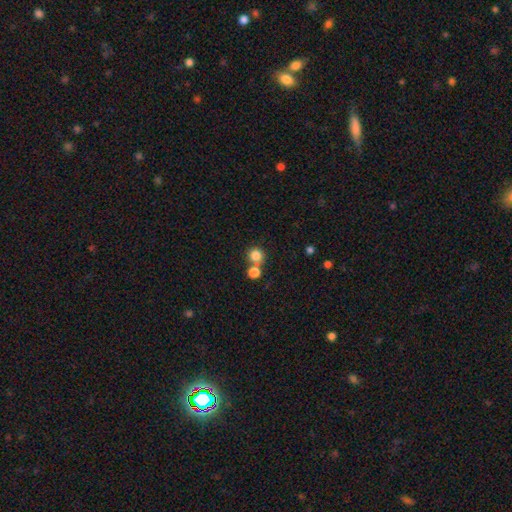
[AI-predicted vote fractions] Smooth or featured?
  - smooth: 81% *
  - star or artifact: 12%
  - featured or disk: 7%
How rounded?
  - round: 91% *
  - in between: 9%
  - cigar-shaped: 1%
Merging?
  - none: 56% *
  - merger: 35%
  - minor disturbance: 6%
  - major disturbance: 3%